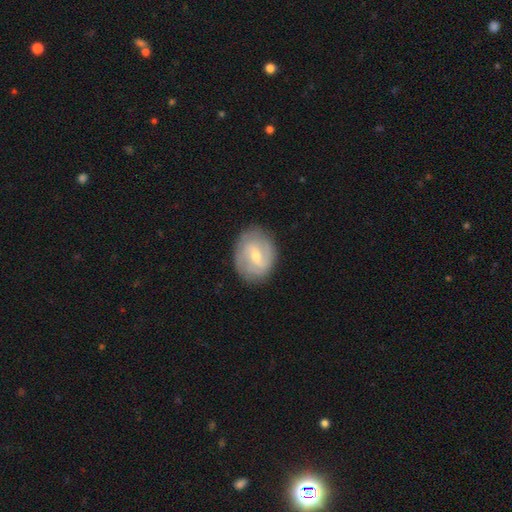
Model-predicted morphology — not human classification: A featured or disk galaxy (69%) with a weak bar (56%), 2 (66%) tight (43%) spiral arms (81%) and a moderate central bulge (49%). Merging: none (83%).